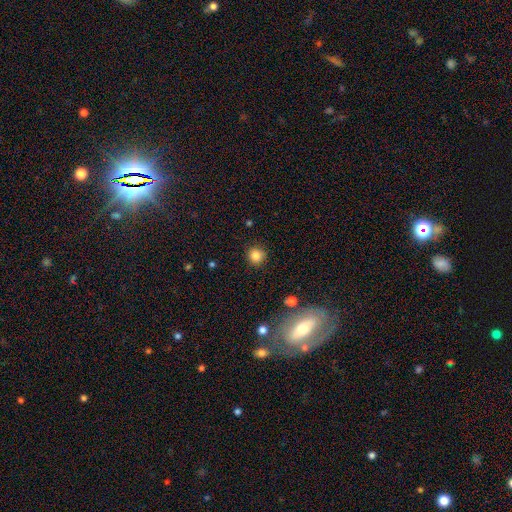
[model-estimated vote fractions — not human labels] This is clearly a smooth galaxy (83%). How rounded: clearly round (92%). Merging: clearly none (90%).